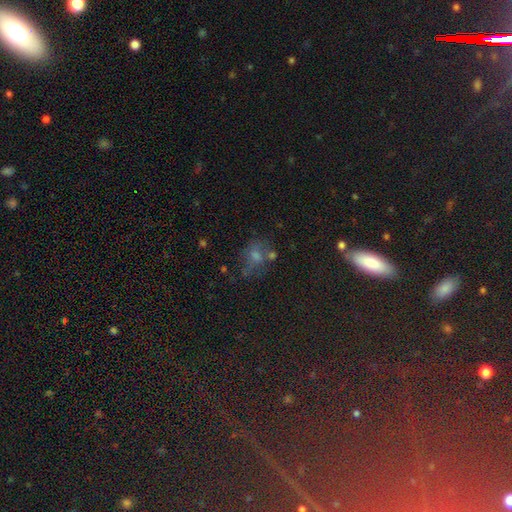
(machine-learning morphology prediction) Smooth or featured? smooth (41%)
Merging? none (57%)